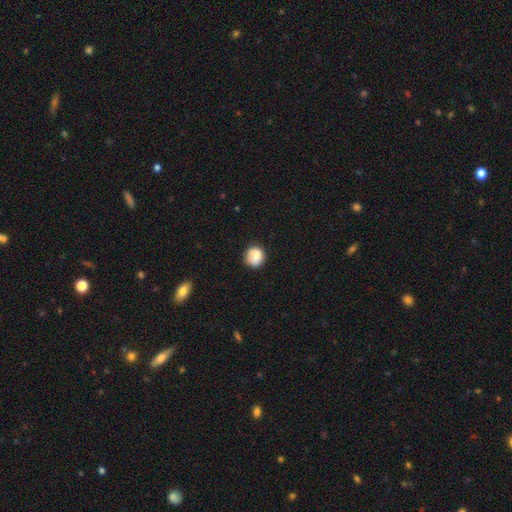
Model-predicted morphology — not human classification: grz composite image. It shows a smooth galaxy with no disk features (79%) that is round (83%). Merging: none (72%).